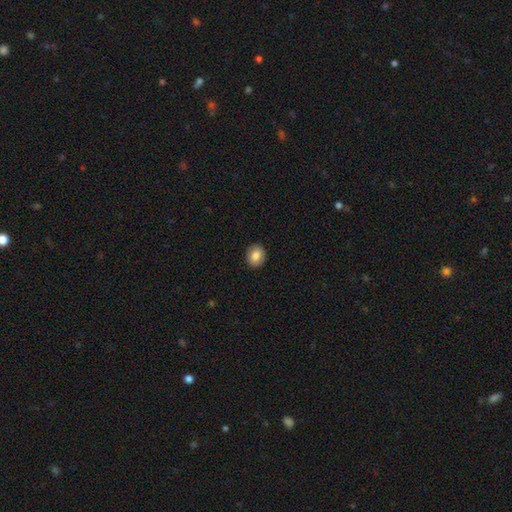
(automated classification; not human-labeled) Morphology: type=smooth (85%); roundness=round (63%); merging=none (91%).